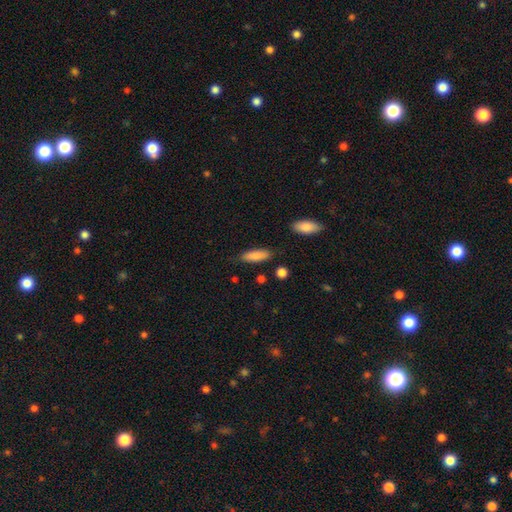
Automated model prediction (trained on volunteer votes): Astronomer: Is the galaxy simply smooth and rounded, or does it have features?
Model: smooth — 85%.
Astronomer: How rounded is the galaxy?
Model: in between — 57% (runner-up: cigar-shaped, 41%).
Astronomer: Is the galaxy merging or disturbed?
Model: none — 82%.